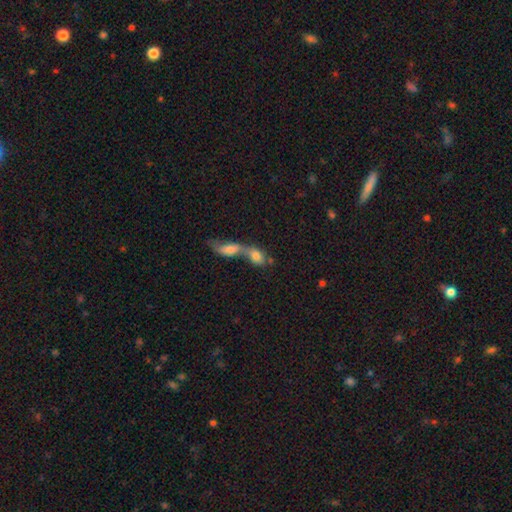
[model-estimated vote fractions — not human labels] Q: Smooth or featured?
A: smooth (73%); runner-up: featured or disk (18%)
Q: How rounded?
A: in between (77%); runner-up: round (16%)
Q: Merging?
A: merger (75%); runner-up: none (15%)